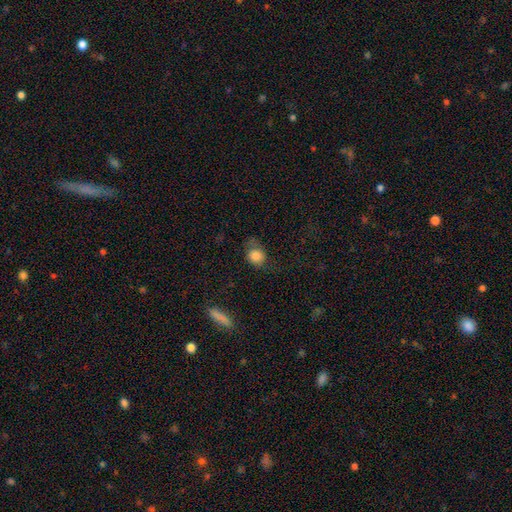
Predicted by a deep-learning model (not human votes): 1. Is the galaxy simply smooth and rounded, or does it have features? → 81% smooth, 10% star or artifact, 10% featured or disk.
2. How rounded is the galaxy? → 62% round, 37% in between, 2% cigar-shaped.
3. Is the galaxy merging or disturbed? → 52% none, 28% minor disturbance, 18% major disturbance, 3% merger.